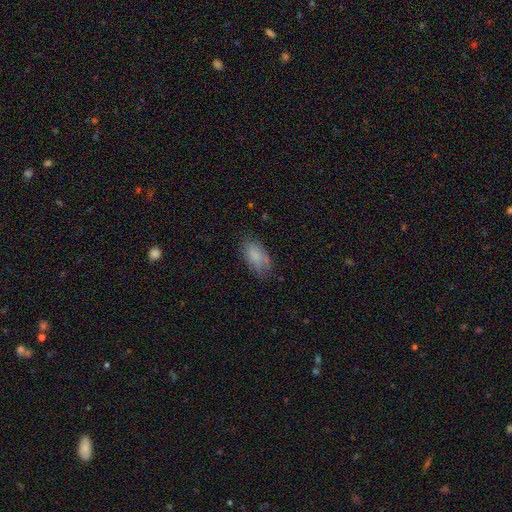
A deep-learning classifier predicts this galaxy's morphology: The model was most divided on "merging": none: 68%, minor disturbance: 23%, major disturbance: 7%, merger: 2%. More confident: how rounded — in between (93%); smooth or featured — smooth (80%).